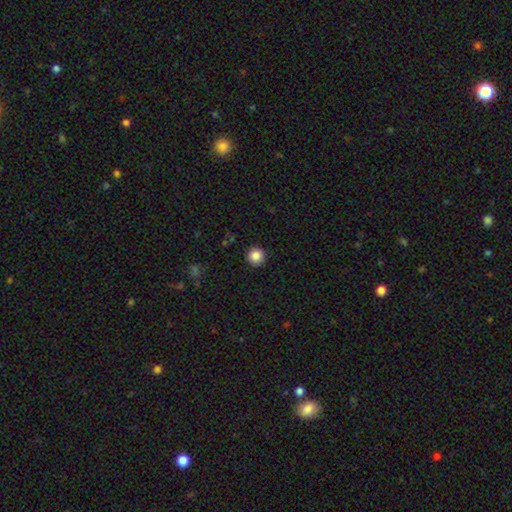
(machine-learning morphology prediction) Smooth or featured? Predicted: smooth (p=0.86). How rounded? Predicted: round (p=0.95). Merging? Predicted: none (p=0.92).